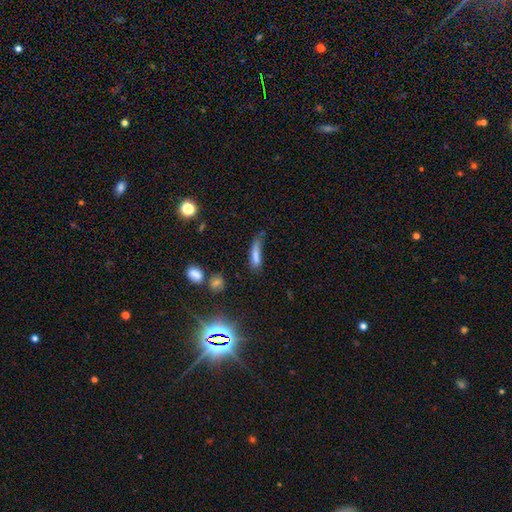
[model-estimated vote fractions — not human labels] smooth-or-featured: smooth: 72% | featured or disk: 16% | star or artifact: 12%
  how-rounded: cigar-shaped: 73% | in between: 24% | round: 3%
  merging: none: 40% | minor disturbance: 30% | major disturbance: 20% | merger: 11%